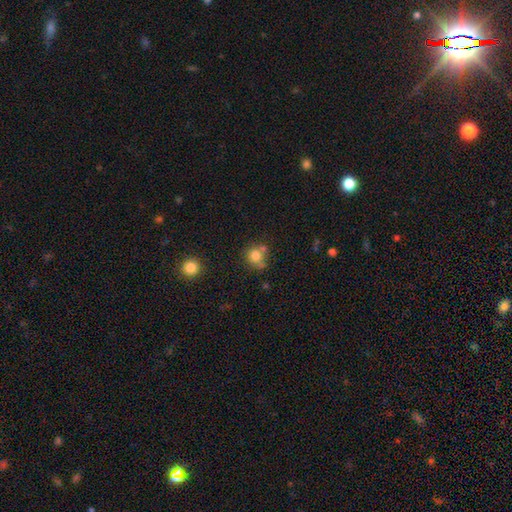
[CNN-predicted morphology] This appears to be a smooth galaxy with no disk features (78%) that is round (82%). Merging: none (50%).